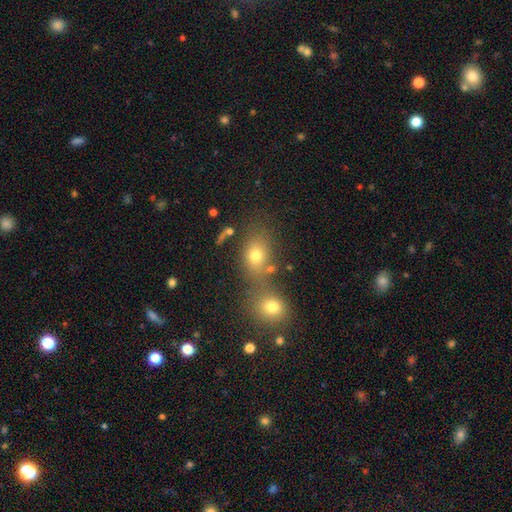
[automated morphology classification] Smooth or featured? smooth (70%)
How rounded? in between (54%)
Merging? none (50%)